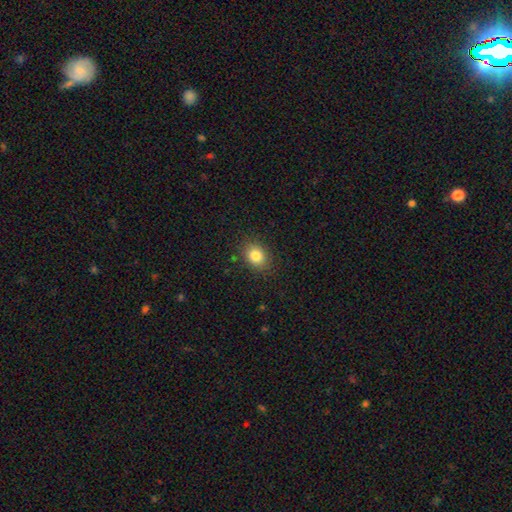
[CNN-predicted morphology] Smooth or featured? smooth (83%)
How rounded? in between (53%)
Merging? none (86%)